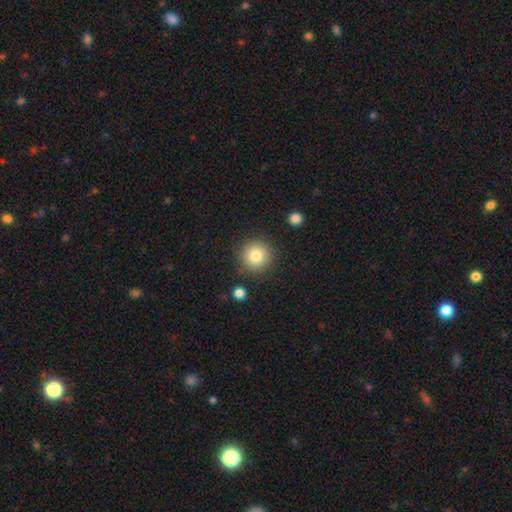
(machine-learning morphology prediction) This appears to be a smooth galaxy with no disk features (81%) that is round (94%). Merging: none (88%).